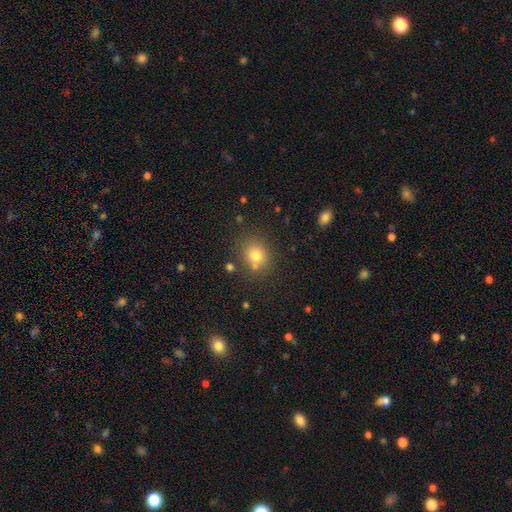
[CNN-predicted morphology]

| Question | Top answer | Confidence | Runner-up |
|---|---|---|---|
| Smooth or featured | smooth | 75% | star or artifact (15%) |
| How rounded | round | 72% | in between (27%) |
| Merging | none | 71% | merger (14%) |